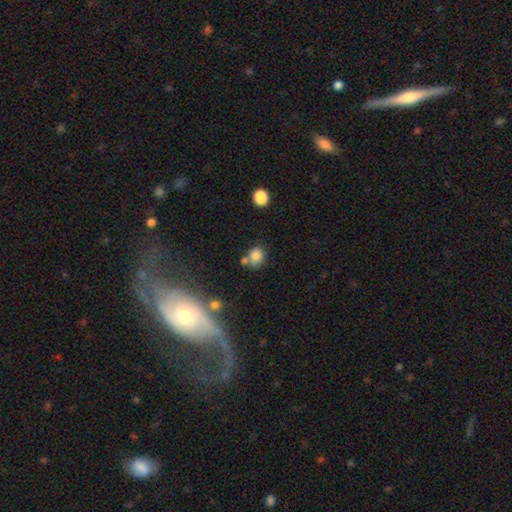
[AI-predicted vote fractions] The model was most divided on "merging": none: 54%, merger: 25%, minor disturbance: 16%, major disturbance: 5%. More confident: smooth or featured — smooth (80%); how rounded — round (75%).